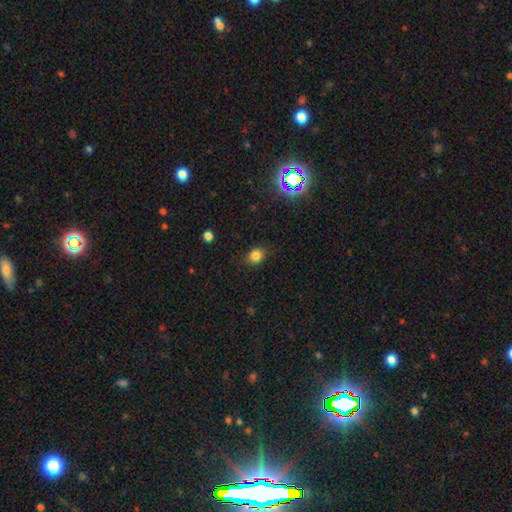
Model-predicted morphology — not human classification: A smooth galaxy with no disk features (82%) that is round (61%).

Vote fractions:
- Smooth or featured? smooth: 82% / star or artifact: 13% / featured or disk: 5%
- How rounded? round: 61% / in between: 38% / cigar-shaped: 1%
- Merging? none: 85% / minor disturbance: 11% / major disturbance: 3% / merger: 1%